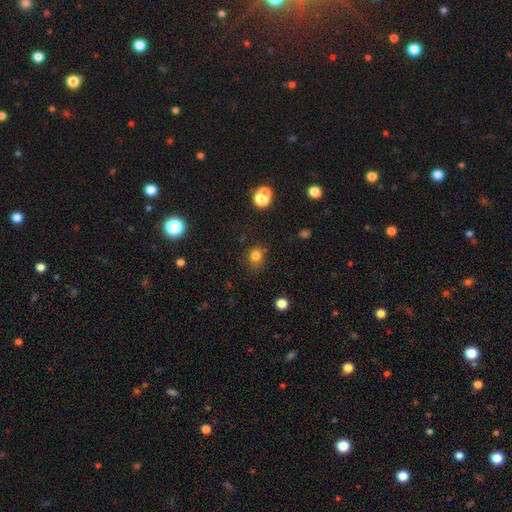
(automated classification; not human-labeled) Smooth or featured? Predicted: smooth (p=0.80). How rounded? Predicted: round (p=0.77). Merging? Predicted: none (p=0.70).